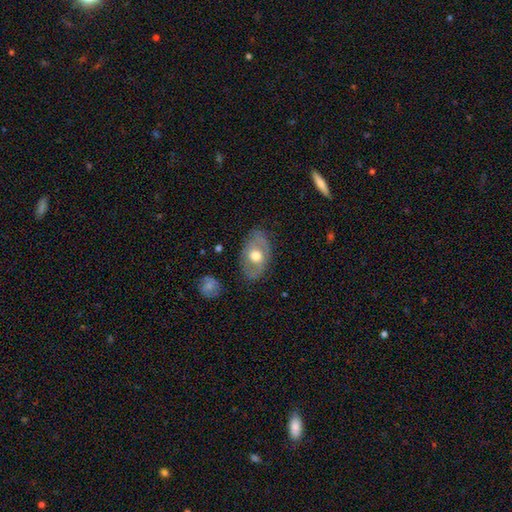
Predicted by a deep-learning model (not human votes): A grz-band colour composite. It shows a smooth galaxy with no disk features (48%). Merging: none (77%).